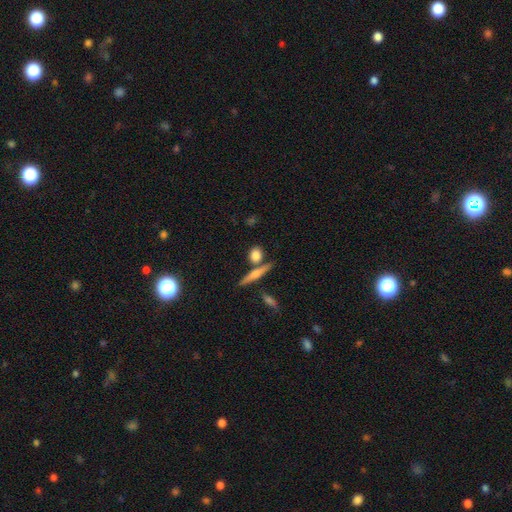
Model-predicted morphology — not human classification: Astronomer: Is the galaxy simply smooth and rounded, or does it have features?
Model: smooth — 76%.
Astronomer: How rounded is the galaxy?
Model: round — 59%.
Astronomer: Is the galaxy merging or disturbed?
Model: none — 70%.